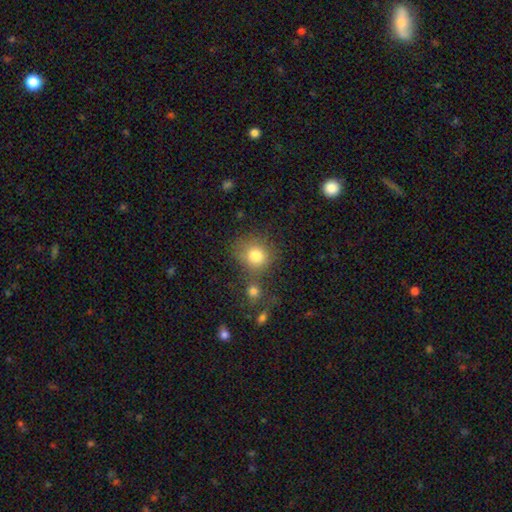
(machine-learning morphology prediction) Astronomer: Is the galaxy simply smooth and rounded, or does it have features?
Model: smooth — 80%.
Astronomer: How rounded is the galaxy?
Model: round — 83%.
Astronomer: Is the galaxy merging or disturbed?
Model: none — 60%.